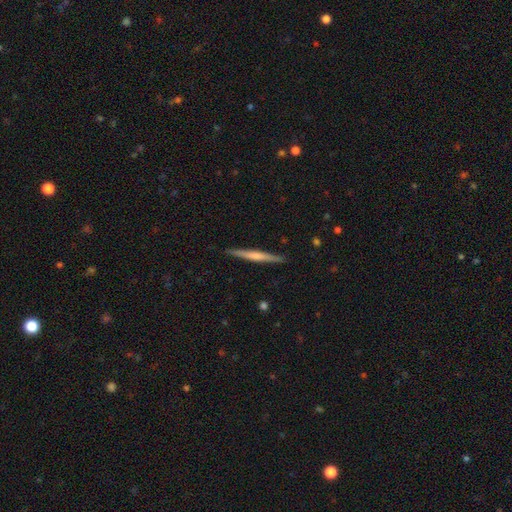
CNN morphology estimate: Q: Smooth or featured?
A: featured or disk (54%); runner-up: smooth (41%)
Q: Edge-on disk?
A: yes (98%); runner-up: no (2%)
Q: Edge-on bulge?
A: none (48%); runner-up: rounded (36%)
Q: Merging?
A: none (91%); runner-up: minor disturbance (7%)